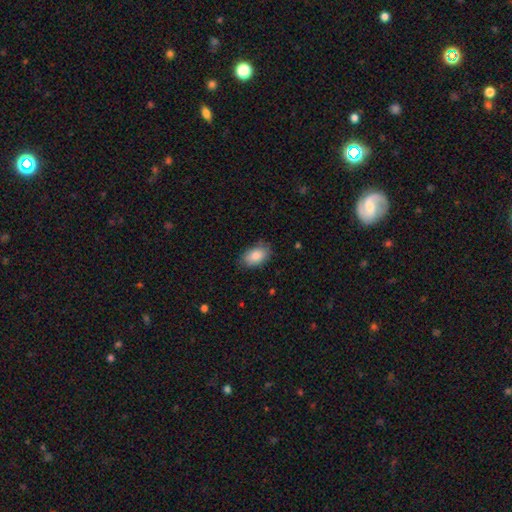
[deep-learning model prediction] A smooth galaxy with no disk features (87%) that is in between round and cigar-shaped (91%). Merging: none (80%).